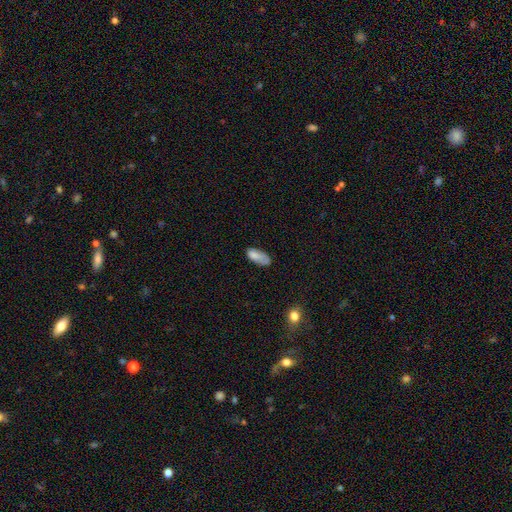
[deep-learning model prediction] The model was most divided on "merging": none: 45%, minor disturbance: 33%, major disturbance: 16%, merger: 5%. More confident: how rounded — in between (87%); smooth or featured — smooth (79%).